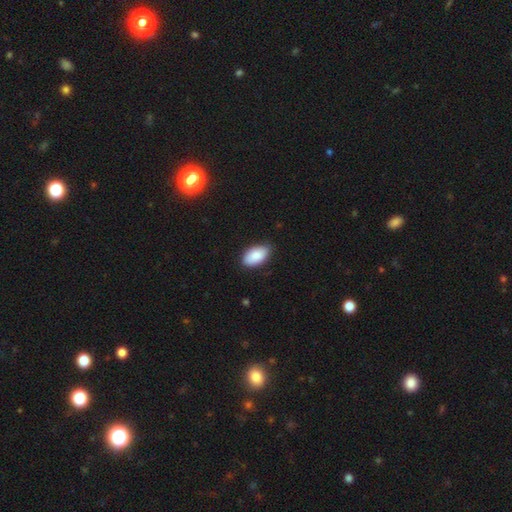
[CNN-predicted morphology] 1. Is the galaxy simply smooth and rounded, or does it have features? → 86% smooth, 7% featured or disk, 6% star or artifact.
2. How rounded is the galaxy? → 95% in between, 3% round, 2% cigar-shaped.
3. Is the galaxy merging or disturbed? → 82% none, 15% minor disturbance, 2% major disturbance, 1% merger.